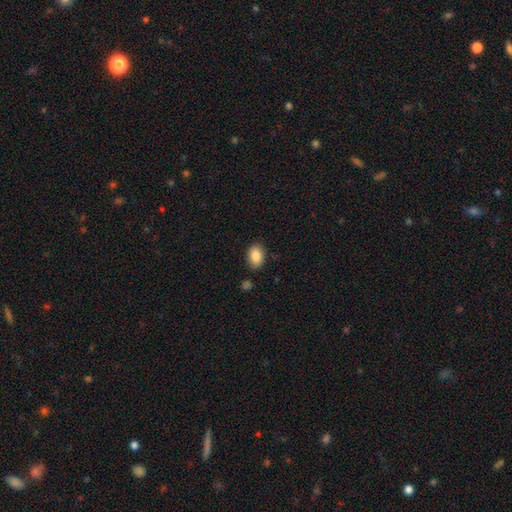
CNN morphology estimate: This appears to be a smooth galaxy with no disk features (87%) that is in between round and cigar-shaped (86%). Merging: none (84%).